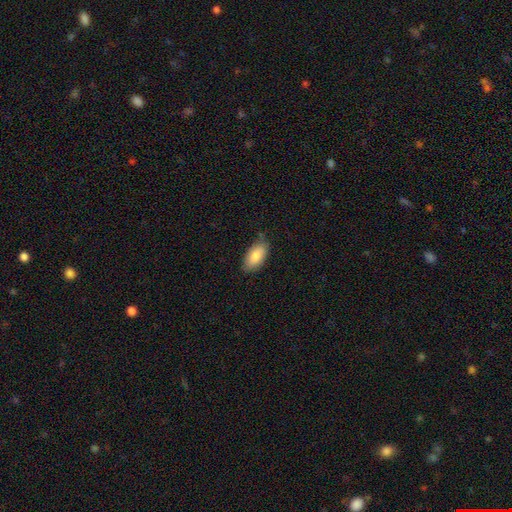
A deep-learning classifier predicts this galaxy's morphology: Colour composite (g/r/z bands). It shows a smooth galaxy with no disk features (85%) that is in between round and cigar-shaped (93%). Merging: none (75%).